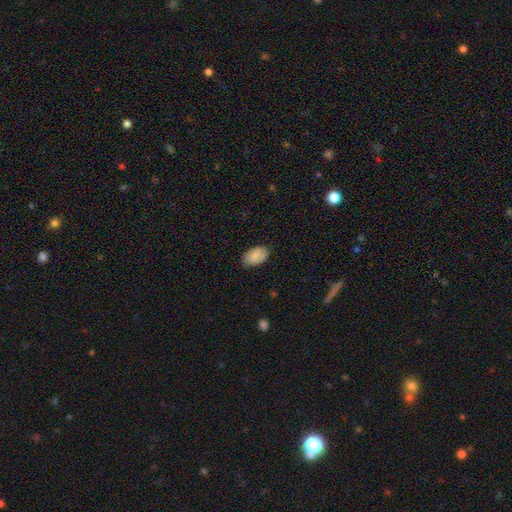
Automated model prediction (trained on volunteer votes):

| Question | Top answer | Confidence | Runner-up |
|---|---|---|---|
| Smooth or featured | smooth | 86% | featured or disk (7%) |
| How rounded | in between | 94% | round (5%) |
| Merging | none | 82% | minor disturbance (14%) |